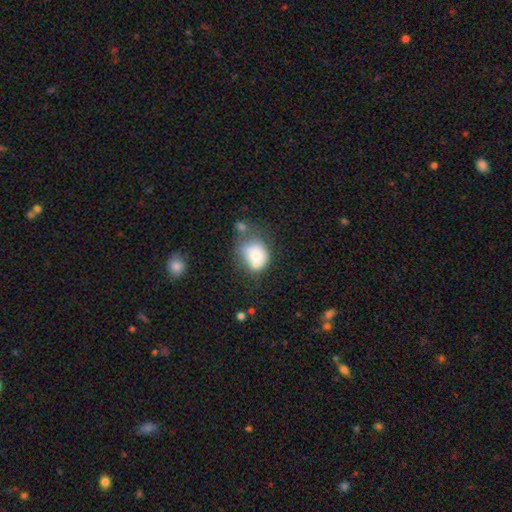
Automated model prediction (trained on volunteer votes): A smooth galaxy with no disk features (70%) that is round (54%). Merging: merger (35%).